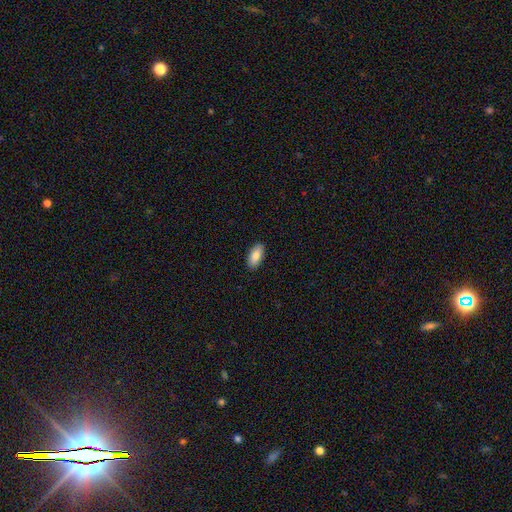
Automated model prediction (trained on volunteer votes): This is clearly a smooth galaxy (86%). How rounded: clearly in between (91%). Merging: clearly none (90%).